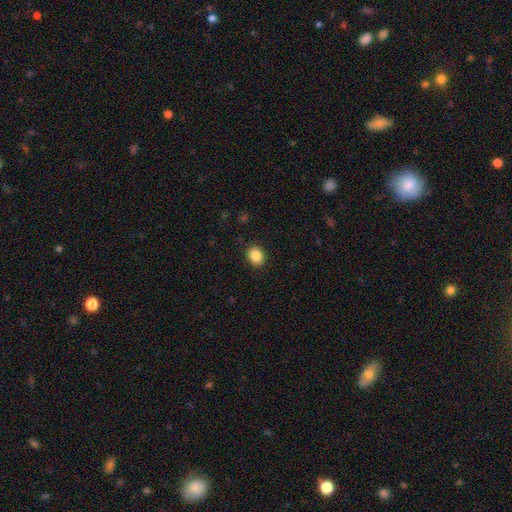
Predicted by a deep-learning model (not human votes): A smooth galaxy with no disk features (87%) that is round (56%). Merging: none (90%).